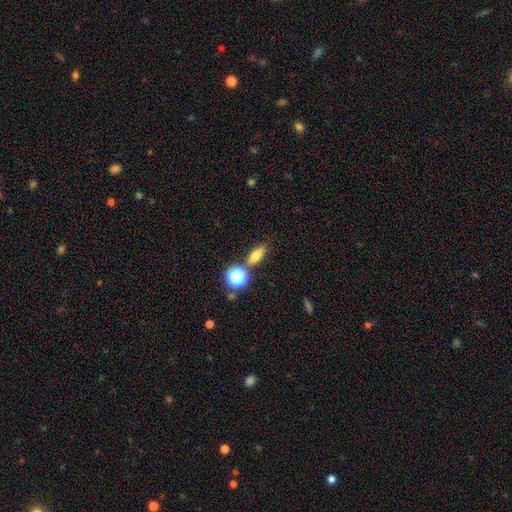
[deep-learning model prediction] A smooth galaxy with no disk features (66%) that is in between round and cigar-shaped (51%).

Vote fractions:
- Smooth or featured? smooth: 66% / featured or disk: 19% / star or artifact: 15%
- How rounded? in between: 51% / cigar-shaped: 30% / round: 19%
- Merging? none: 75% / minor disturbance: 11% / merger: 10% / major disturbance: 4%